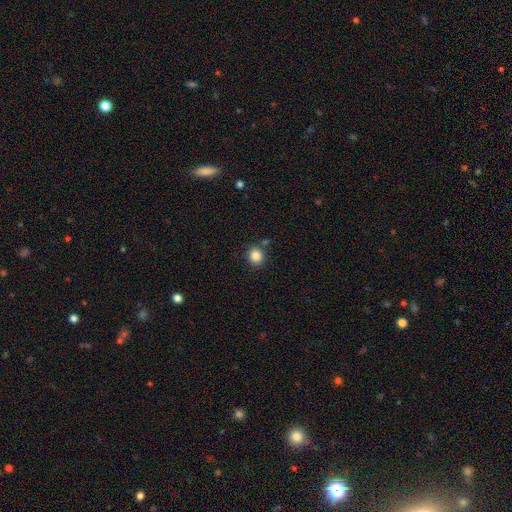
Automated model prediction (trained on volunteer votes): Smooth or featured?
  - smooth: 85% *
  - star or artifact: 11%
  - featured or disk: 4%
How rounded?
  - round: 84% *
  - in between: 15%
  - cigar-shaped: 1%
Merging?
  - none: 83% *
  - minor disturbance: 9%
  - merger: 6%
  - major disturbance: 3%